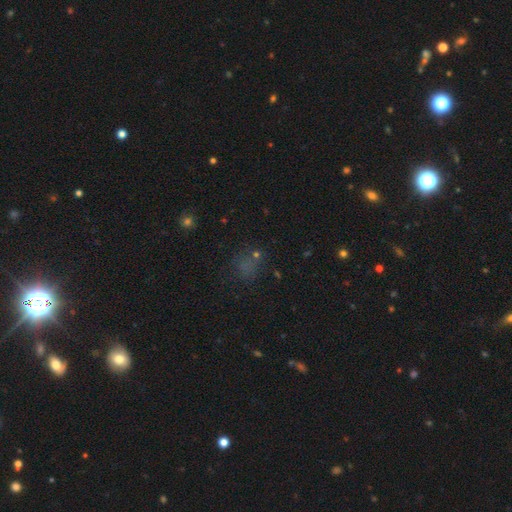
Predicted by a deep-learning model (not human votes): Smooth or featured? smooth (50%)
Merging? none (64%)